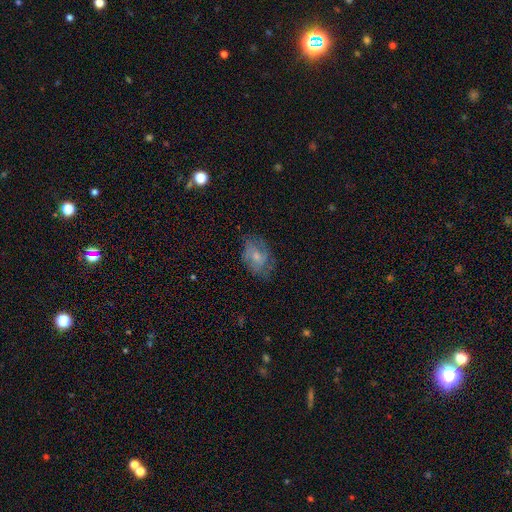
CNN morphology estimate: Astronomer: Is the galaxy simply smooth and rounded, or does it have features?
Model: featured or disk — 49% (runner-up: smooth, 40%).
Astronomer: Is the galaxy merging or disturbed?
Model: none — 69%.